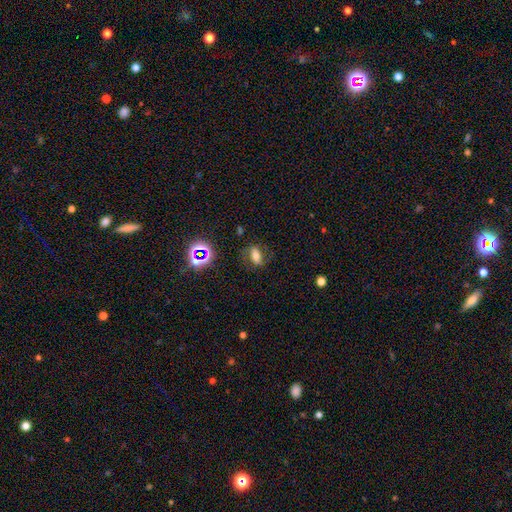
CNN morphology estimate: This is possibly a smooth galaxy (45%). Merging: likely none (69%).